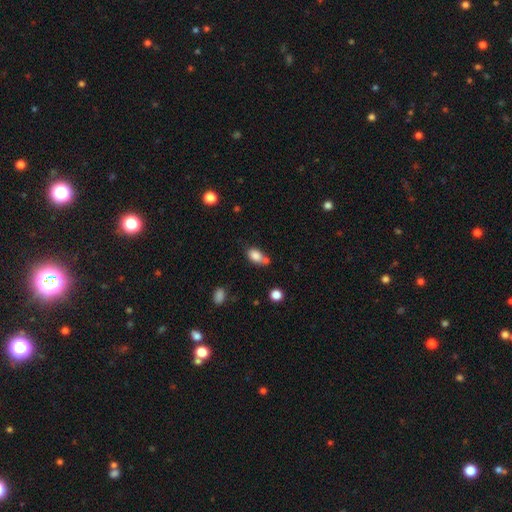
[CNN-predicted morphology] type=smooth (83%); roundness=in between (83%); merging=none (44%).